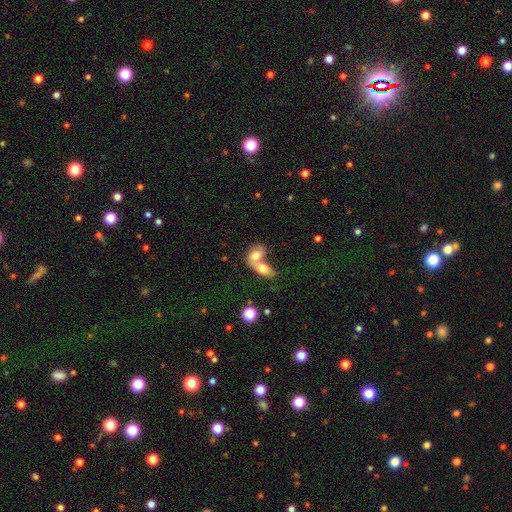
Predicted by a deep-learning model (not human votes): Smooth or featured?
  - smooth: 70% *
  - featured or disk: 22%
  - star or artifact: 8%
How rounded?
  - in between: 75% *
  - round: 22%
  - cigar-shaped: 3%
Merging?
  - merger: 76% *
  - none: 16%
  - minor disturbance: 5%
  - major disturbance: 3%